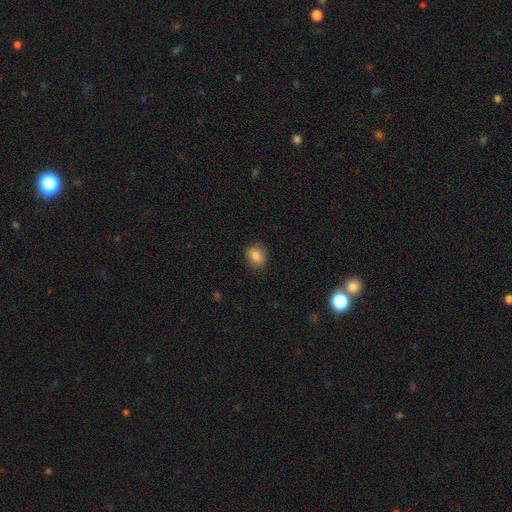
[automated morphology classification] The model was most divided on "how rounded": in between: 60%, round: 38%, cigar-shaped: 2%. More confident: merging — none (85%); smooth or featured — smooth (85%).